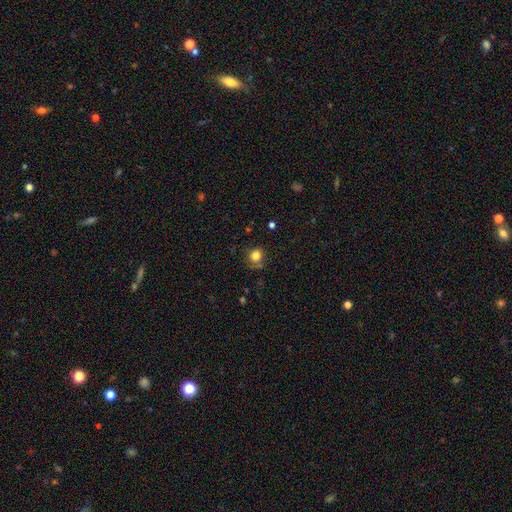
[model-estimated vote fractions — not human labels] Smooth or featured?
  - smooth: 82% *
  - star or artifact: 12%
  - featured or disk: 6%
How rounded?
  - round: 85% *
  - in between: 15%
  - cigar-shaped: 1%
Merging?
  - none: 75% *
  - minor disturbance: 17%
  - major disturbance: 5%
  - merger: 3%